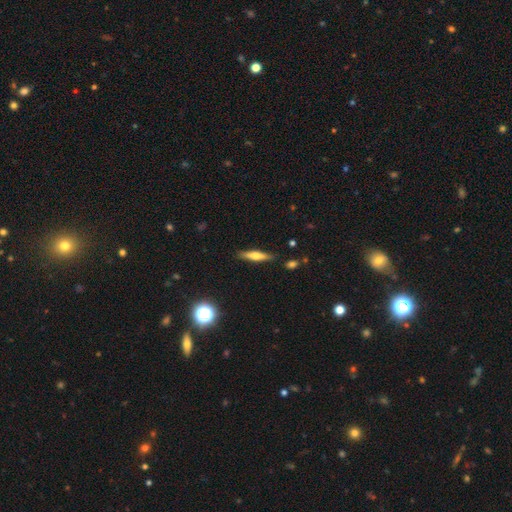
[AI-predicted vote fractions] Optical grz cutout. It shows a smooth galaxy with no disk features (57%) that is cigar-shaped (82%). Merging: none (86%).